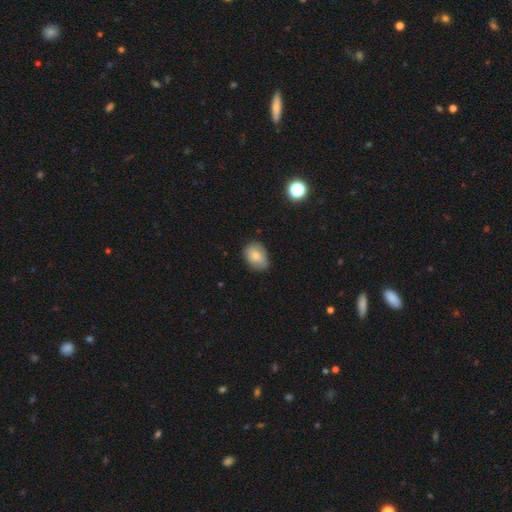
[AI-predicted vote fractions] A smooth galaxy with no disk features (76%) that is in between round and cigar-shaped (74%).

Vote fractions:
- Smooth or featured? smooth: 76% / featured or disk: 16% / star or artifact: 8%
- How rounded? in between: 74% / round: 25% / cigar-shaped: 1%
- Merging? none: 74% / minor disturbance: 21% / major disturbance: 3% / merger: 1%